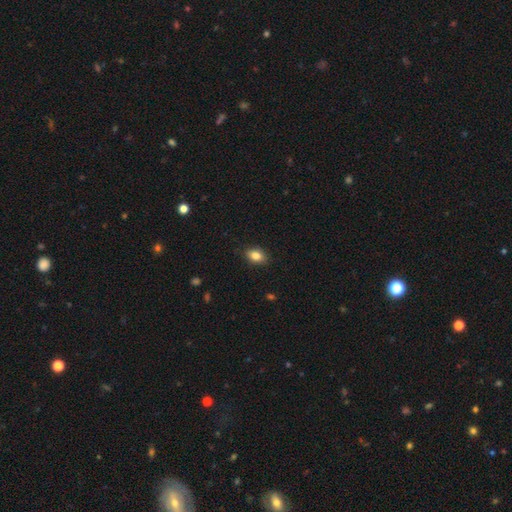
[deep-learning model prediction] This is clearly a smooth galaxy (83%). How rounded: clearly in between (82%). Merging: clearly none (86%).